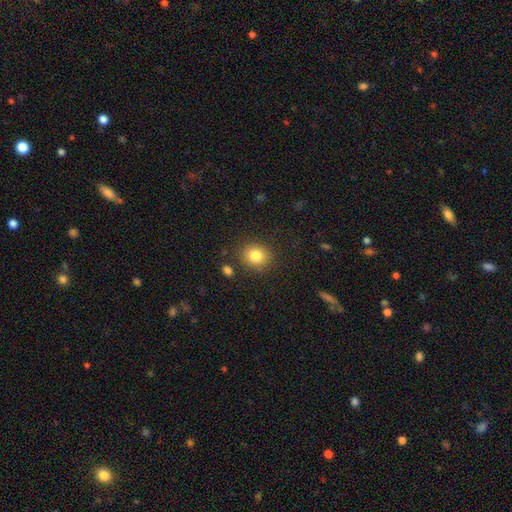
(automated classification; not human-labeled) A smooth galaxy with no disk features (82%) that is round (79%).

Vote fractions:
- Smooth or featured? smooth: 82% / star or artifact: 11% / featured or disk: 8%
- How rounded? round: 79% / in between: 21% / cigar-shaped: 1%
- Merging? none: 86% / minor disturbance: 9% / major disturbance: 3% / merger: 2%